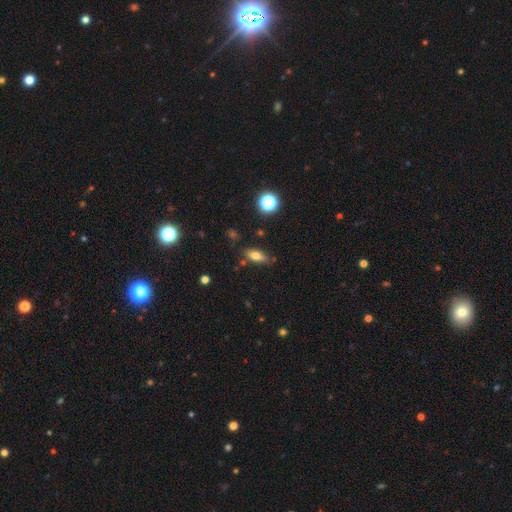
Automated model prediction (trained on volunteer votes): The model was most divided on "smooth or featured": smooth: 74%, featured or disk: 15%, star or artifact: 11%. More confident: how rounded — in between (79%); merging — none (78%).